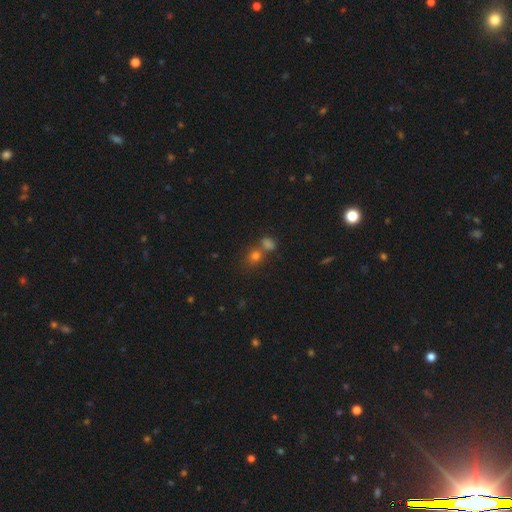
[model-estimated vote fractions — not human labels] Smooth or featured? Predicted: smooth (p=0.67). How rounded? Predicted: round (p=0.70). Merging? Predicted: none (p=0.51).